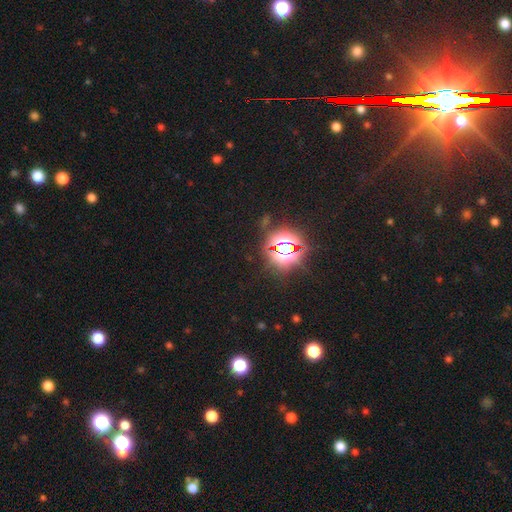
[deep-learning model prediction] A star or artifact, not a galaxy (80%).

Vote fractions:
- Smooth or featured? star or artifact: 80% / smooth: 13% / featured or disk: 8%